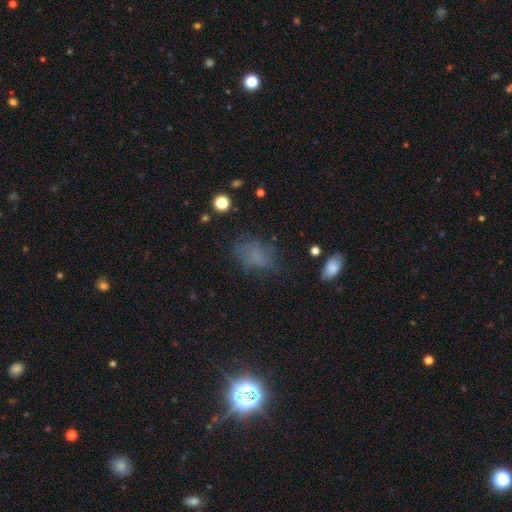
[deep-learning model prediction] Smooth or featured? smooth (66%)
How rounded? in between (80%)
Merging? none (59%)